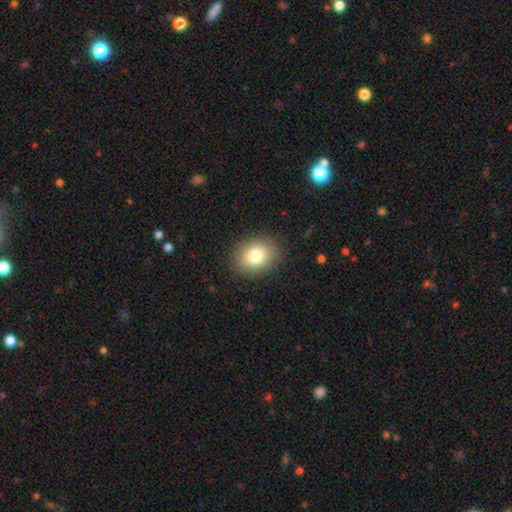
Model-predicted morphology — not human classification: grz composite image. It shows a smooth galaxy with no disk features (79%) that is round (50%). Merging: none (88%).